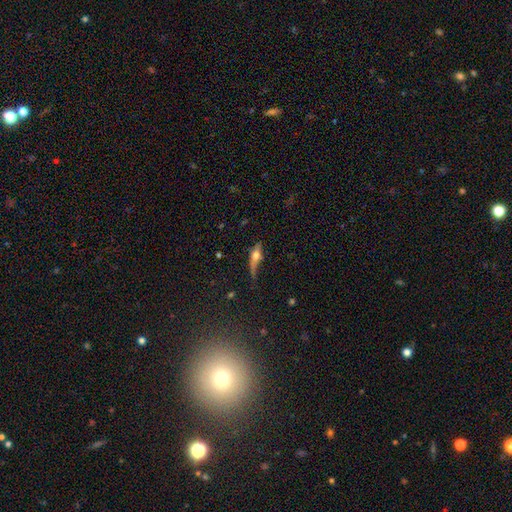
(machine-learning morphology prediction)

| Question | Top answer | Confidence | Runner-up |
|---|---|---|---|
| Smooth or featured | featured or disk | 49% | smooth (40%) |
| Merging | none | 46% | minor disturbance (29%) |